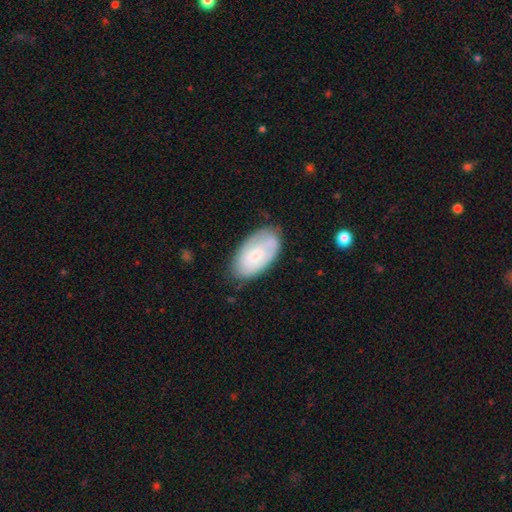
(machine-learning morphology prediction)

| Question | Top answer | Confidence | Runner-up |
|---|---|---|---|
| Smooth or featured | smooth | 55% | featured or disk (39%) |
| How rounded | in between | 94% | round (4%) |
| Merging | none | 73% | minor disturbance (20%) |